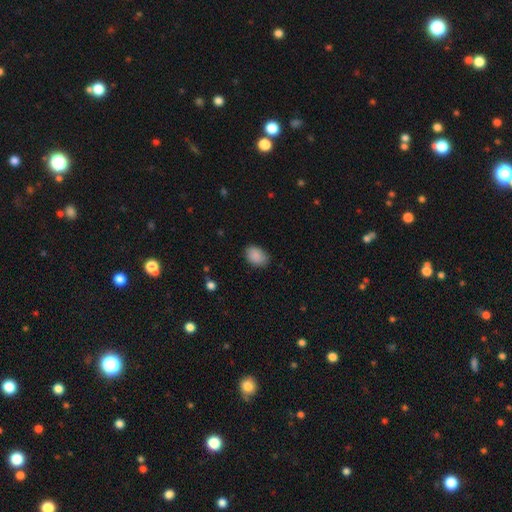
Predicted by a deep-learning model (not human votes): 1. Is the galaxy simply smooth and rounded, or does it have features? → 89% smooth, 7% star or artifact, 4% featured or disk.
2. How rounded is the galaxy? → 81% in between, 18% round, 1% cigar-shaped.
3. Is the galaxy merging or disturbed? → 82% none, 15% minor disturbance, 3% major disturbance, 1% merger.